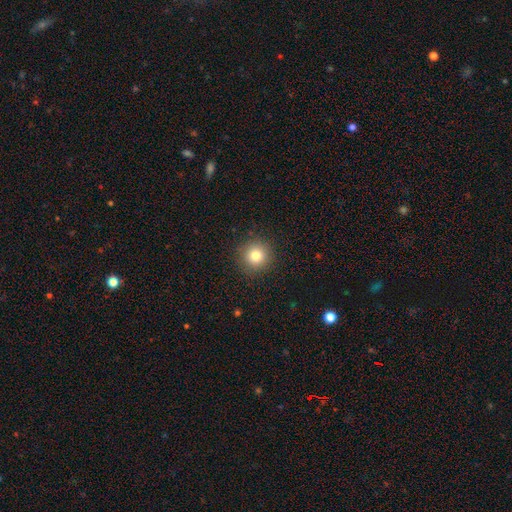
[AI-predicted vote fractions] Smooth or featured?
  - smooth: 80% *
  - star or artifact: 12%
  - featured or disk: 7%
How rounded?
  - round: 94% *
  - in between: 5%
  - cigar-shaped: 1%
Merging?
  - none: 91% *
  - minor disturbance: 6%
  - major disturbance: 2%
  - merger: 1%